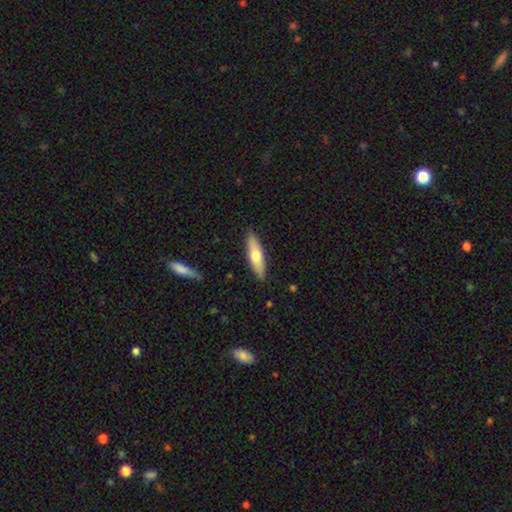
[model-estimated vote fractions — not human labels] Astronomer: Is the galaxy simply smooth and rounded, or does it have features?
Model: smooth — 60%.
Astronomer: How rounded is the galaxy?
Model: cigar-shaped — 63%.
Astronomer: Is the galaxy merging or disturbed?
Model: none — 89%.